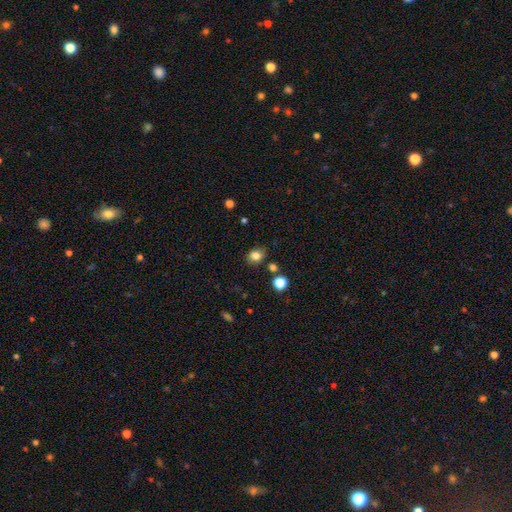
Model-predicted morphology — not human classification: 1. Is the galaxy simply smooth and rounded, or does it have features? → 82% smooth, 12% star or artifact, 6% featured or disk.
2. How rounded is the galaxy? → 63% round, 36% in between, 1% cigar-shaped.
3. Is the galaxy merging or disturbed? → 79% none, 13% minor disturbance, 4% merger, 3% major disturbance.